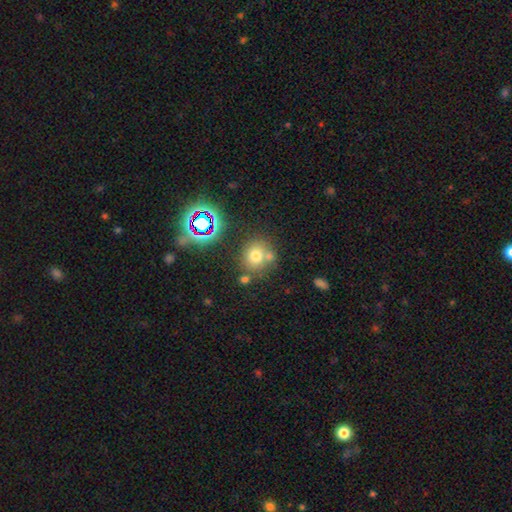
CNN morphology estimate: Smooth or featured?
  - smooth: 70% *
  - star or artifact: 19%
  - featured or disk: 12%
How rounded?
  - round: 83% *
  - in between: 16%
  - cigar-shaped: 1%
Merging?
  - none: 63% *
  - merger: 21%
  - minor disturbance: 12%
  - major disturbance: 5%